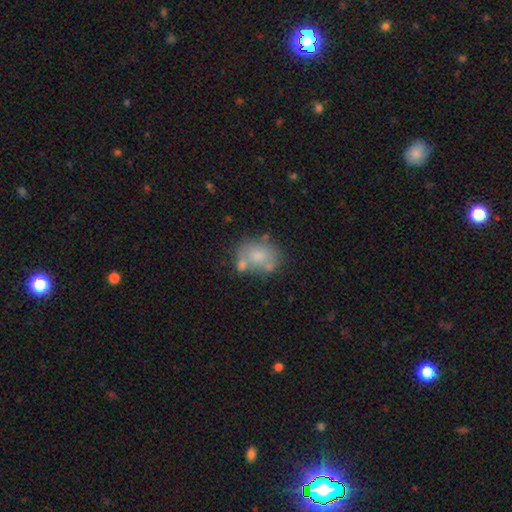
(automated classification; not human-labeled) A smooth galaxy with no disk features (61%) that is in between round and cigar-shaped (54%).

Vote fractions:
- Smooth or featured? smooth: 61% / featured or disk: 28% / star or artifact: 10%
- How rounded? in between: 54% / round: 45% / cigar-shaped: 1%
- Merging? none: 50% / merger: 22% / minor disturbance: 20% / major disturbance: 8%